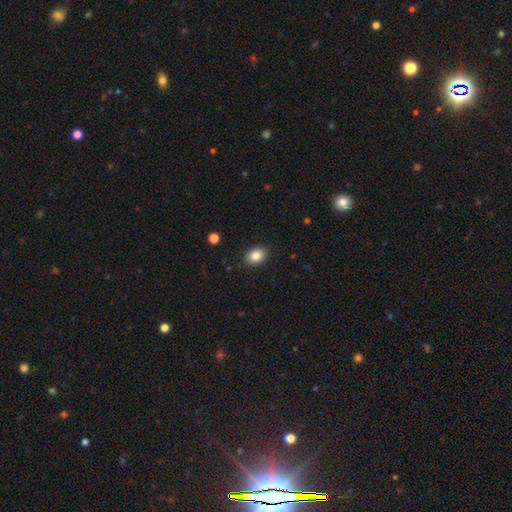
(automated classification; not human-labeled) Smooth or featured?
  - smooth: 85% *
  - star or artifact: 9%
  - featured or disk: 6%
How rounded?
  - in between: 65% *
  - round: 34%
  - cigar-shaped: 1%
Merging?
  - none: 89% *
  - minor disturbance: 8%
  - major disturbance: 2%
  - merger: 1%